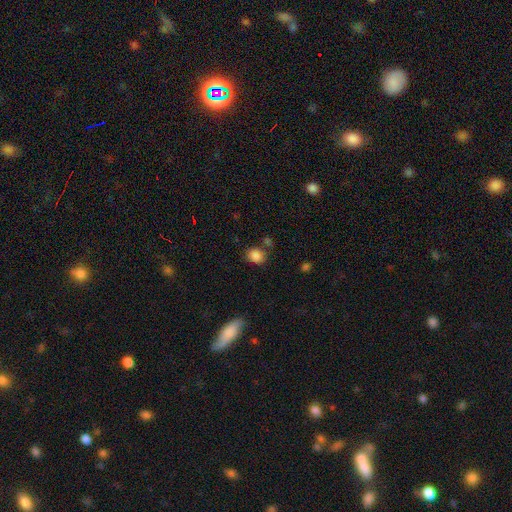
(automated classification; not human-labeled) Smooth or featured?
  - smooth: 85% *
  - star or artifact: 10%
  - featured or disk: 5%
How rounded?
  - round: 57% *
  - in between: 42%
  - cigar-shaped: 1%
Merging?
  - none: 70% *
  - minor disturbance: 16%
  - merger: 9%
  - major disturbance: 5%